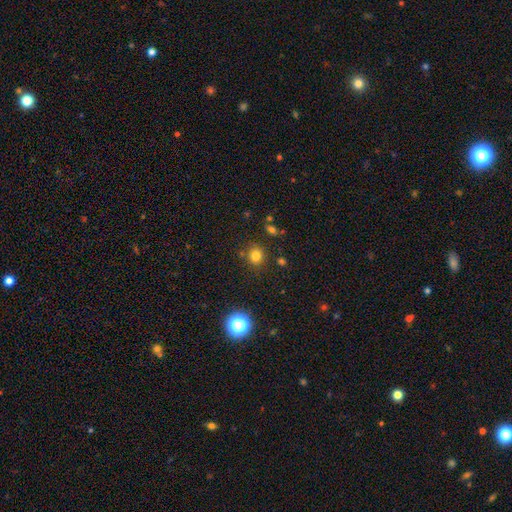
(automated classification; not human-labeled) Q: Smooth or featured?
A: smooth (78%); runner-up: star or artifact (16%)
Q: How rounded?
A: round (84%); runner-up: in between (15%)
Q: Merging?
A: none (81%); runner-up: minor disturbance (10%)